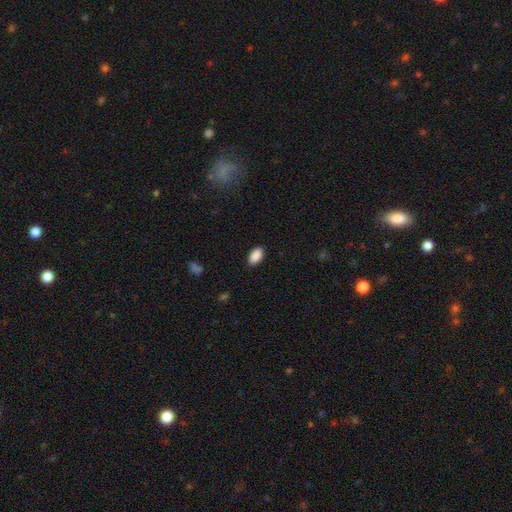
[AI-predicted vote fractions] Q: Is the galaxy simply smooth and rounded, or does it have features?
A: smooth — 90%.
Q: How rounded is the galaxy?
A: in between — 93%.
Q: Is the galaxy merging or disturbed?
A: none — 88%.